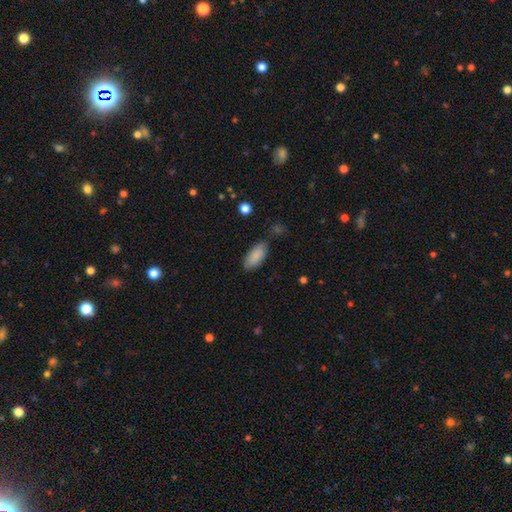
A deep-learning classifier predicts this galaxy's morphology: A smooth galaxy with no disk features (88%) that is in between round and cigar-shaped (87%).

Vote fractions:
- Smooth or featured? smooth: 88% / star or artifact: 6% / featured or disk: 6%
- How rounded? in between: 87% / cigar-shaped: 11% / round: 2%
- Merging? none: 78% / minor disturbance: 15% / major disturbance: 4% / merger: 3%